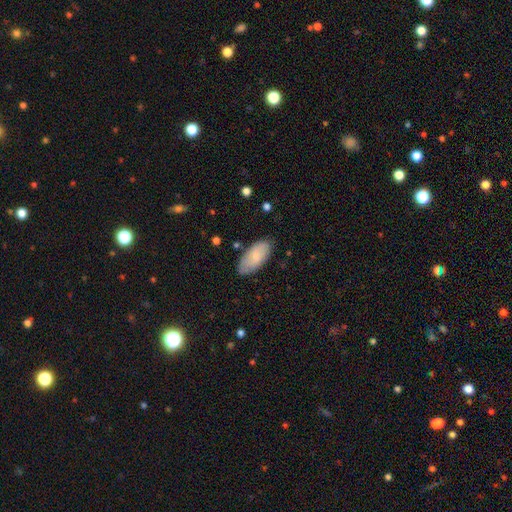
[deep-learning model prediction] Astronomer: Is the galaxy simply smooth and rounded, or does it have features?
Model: smooth — 75%.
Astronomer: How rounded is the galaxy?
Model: in between — 92%.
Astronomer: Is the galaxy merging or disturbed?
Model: none — 79%.